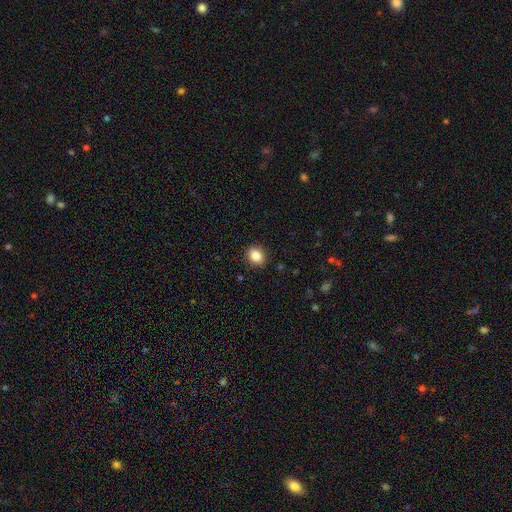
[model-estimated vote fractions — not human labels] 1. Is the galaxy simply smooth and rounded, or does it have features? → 85% smooth, 9% star or artifact, 5% featured or disk.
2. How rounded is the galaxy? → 59% round, 40% in between, 1% cigar-shaped.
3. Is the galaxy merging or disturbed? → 90% none, 7% minor disturbance, 2% major disturbance, 1% merger.